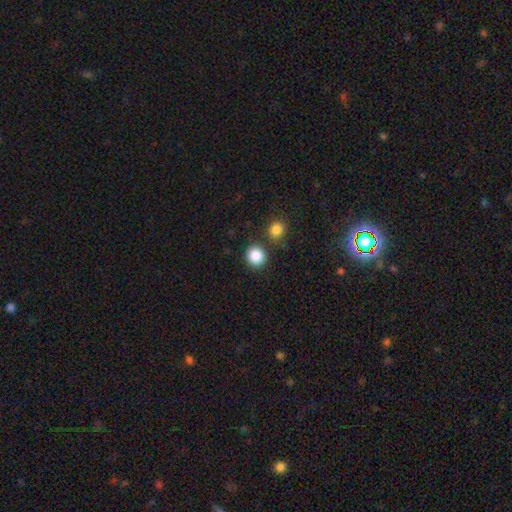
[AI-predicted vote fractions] This appears to be a smooth galaxy with no disk features (87%) that is round (89%). Merging: none (82%).